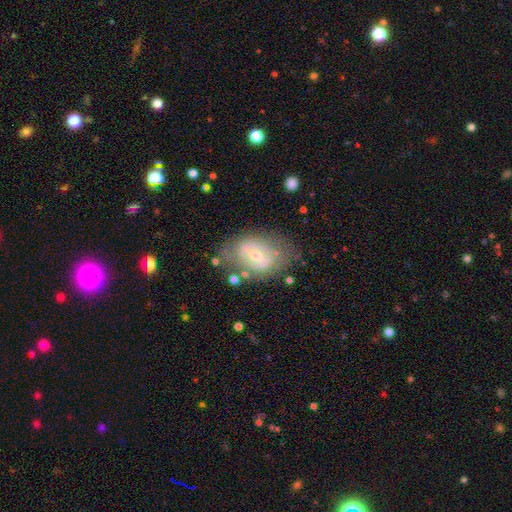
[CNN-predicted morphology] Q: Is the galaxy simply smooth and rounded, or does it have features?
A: featured or disk — 66%.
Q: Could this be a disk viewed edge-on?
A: no — 94%.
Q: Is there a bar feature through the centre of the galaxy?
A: weak — 44%.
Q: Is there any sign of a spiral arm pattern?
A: yes — 57%.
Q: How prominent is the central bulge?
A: small — 49%.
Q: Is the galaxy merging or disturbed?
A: none — 64%.